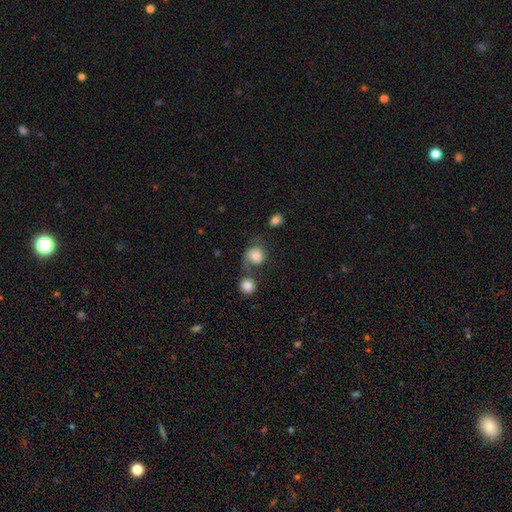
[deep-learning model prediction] smooth 72%, featured or disk 19%, star or artifact 9%. Down the decision tree: how rounded — round (81%); merging — none (43%).